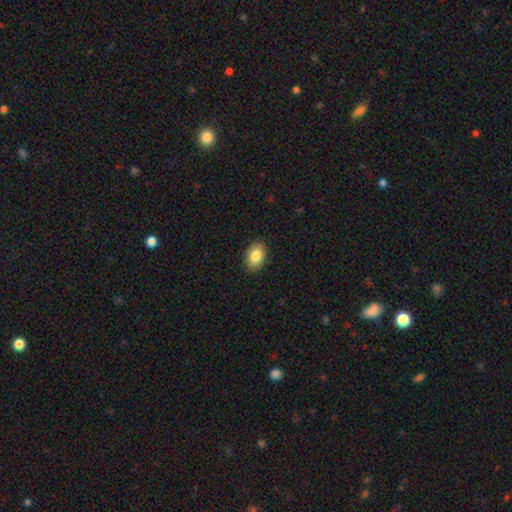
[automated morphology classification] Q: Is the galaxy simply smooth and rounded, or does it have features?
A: smooth — 85%.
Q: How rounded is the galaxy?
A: in between — 85%.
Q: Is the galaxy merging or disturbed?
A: none — 89%.